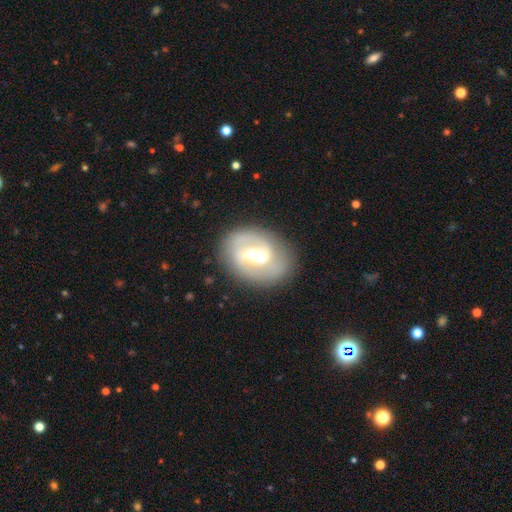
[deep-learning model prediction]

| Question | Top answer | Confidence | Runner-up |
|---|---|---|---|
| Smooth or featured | featured or disk | 73% | smooth (20%) |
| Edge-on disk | no | 94% | yes (6%) |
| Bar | strong | 56% | weak (36%) |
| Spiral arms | yes | 72% | no (28%) |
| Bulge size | moderate | 55% | large (24%) |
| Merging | none | 76% | minor disturbance (15%) |